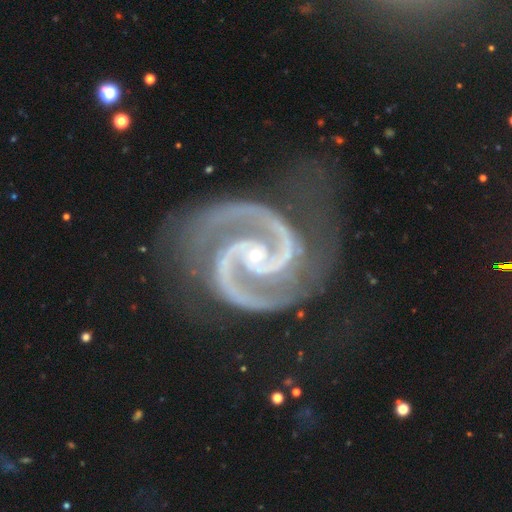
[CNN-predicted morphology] A featured or disk galaxy (95%) with no bar (53%), 2 (94%) medium (58%) spiral arms (99%) and a small central bulge (85%). Merging: none (69%).